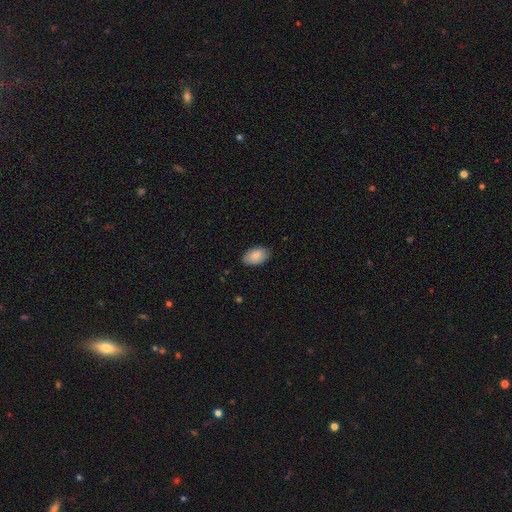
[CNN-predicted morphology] smooth_or_featured: smooth (p=0.84) [alt: featured or disk p=0.10]
how_rounded: in between (p=0.94) [alt: round p=0.05]
merging: none (p=0.84) [alt: minor disturbance p=0.13]